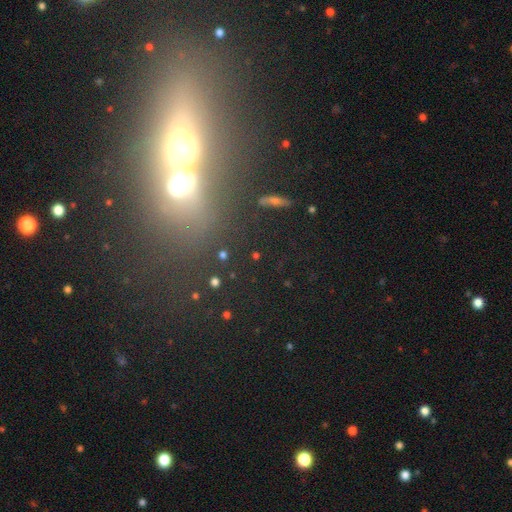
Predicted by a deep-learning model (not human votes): This is marginally a star or artifact rather than a galaxy (40%).